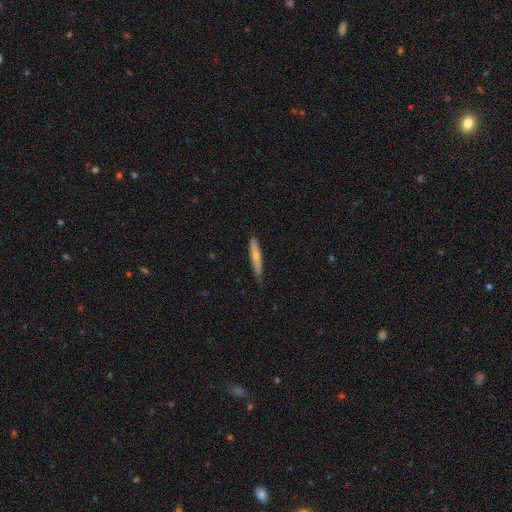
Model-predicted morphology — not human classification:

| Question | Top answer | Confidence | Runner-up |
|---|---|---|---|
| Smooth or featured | smooth | 61% | featured or disk (33%) |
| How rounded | cigar-shaped | 91% | in between (7%) |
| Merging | none | 79% | minor disturbance (17%) |